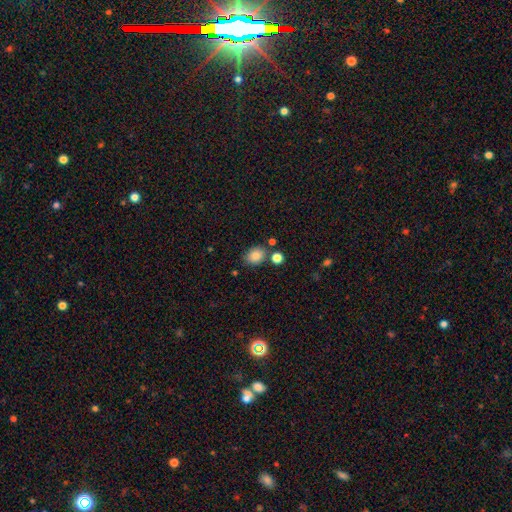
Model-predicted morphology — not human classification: smooth_or_featured: smooth (p=0.84) [alt: star or artifact p=0.10]
how_rounded: in between (p=0.55) [alt: round p=0.44]
merging: none (p=0.76) [alt: minor disturbance p=0.11]